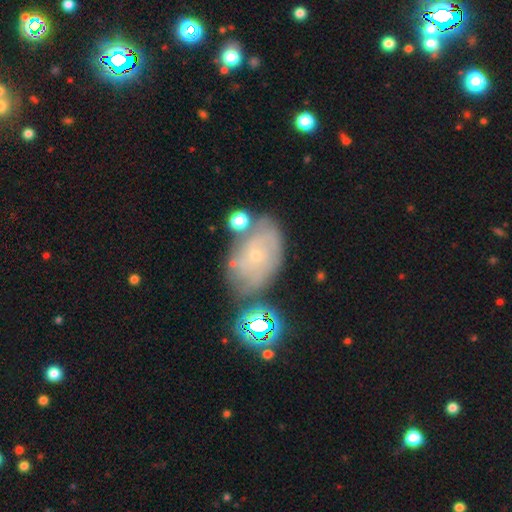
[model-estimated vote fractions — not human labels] This is likely a featured or disk galaxy (63%). It is clearly not viewed edge-on (95%). Bar: likely no (80%). Spiral arm pattern: likely yes (76%). Central bulge: clearly small (85%). Merging: likely none (63%).